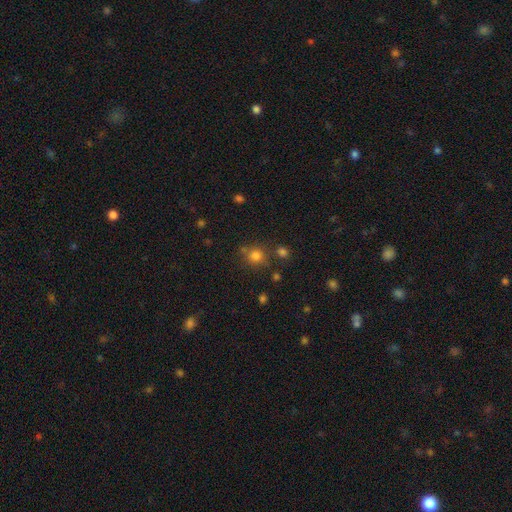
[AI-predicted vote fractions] Q: Smooth or featured?
A: smooth (78%); runner-up: star or artifact (15%)
Q: How rounded?
A: round (88%); runner-up: in between (11%)
Q: Merging?
A: none (71%); runner-up: minor disturbance (12%)